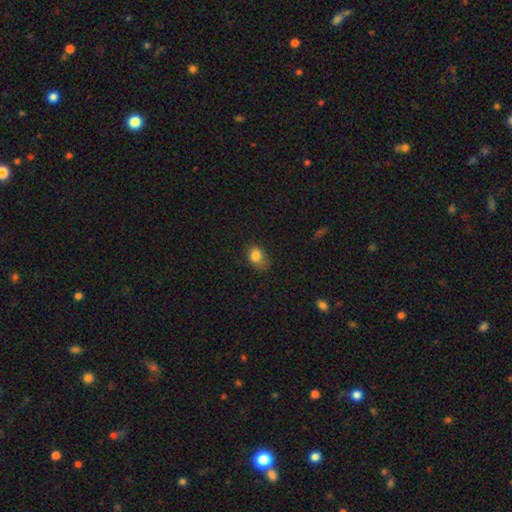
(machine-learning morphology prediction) smooth_or_featured: smooth (p=0.83) [alt: star or artifact p=0.10]
how_rounded: in between (p=0.59) [alt: round p=0.40]
merging: none (p=0.61) [alt: minor disturbance p=0.29]